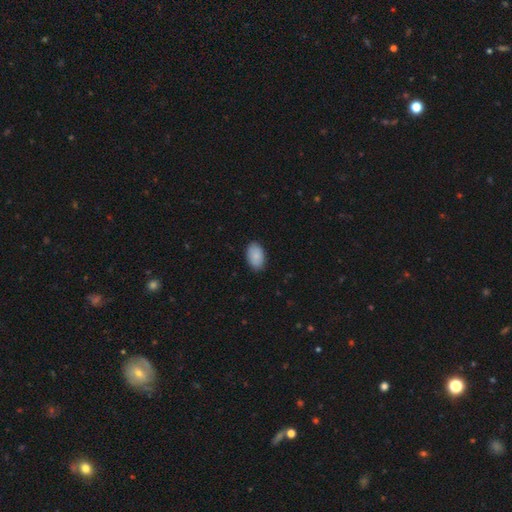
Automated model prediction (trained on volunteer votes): A smooth galaxy with no disk features (88%) that is in between round and cigar-shaped (93%). Merging: none (88%).